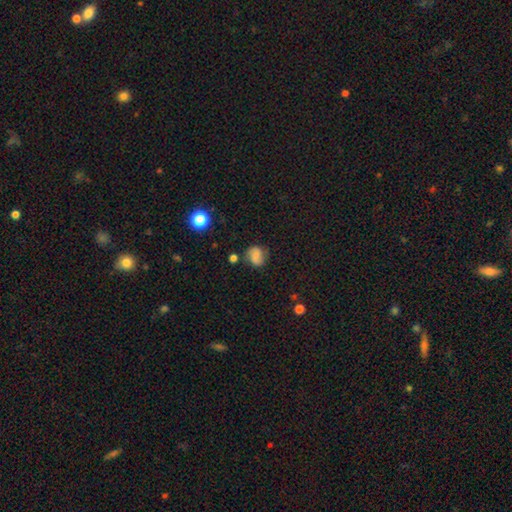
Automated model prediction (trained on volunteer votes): Smooth or featured?
  - smooth: 60% *
  - featured or disk: 28%
  - star or artifact: 12%
How rounded?
  - round: 65% *
  - in between: 33%
  - cigar-shaped: 1%
Merging?
  - none: 66% *
  - minor disturbance: 22%
  - major disturbance: 8%
  - merger: 5%